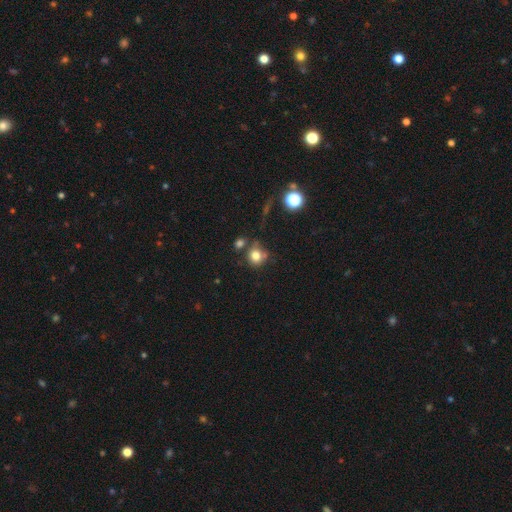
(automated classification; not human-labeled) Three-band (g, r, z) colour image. It shows a smooth galaxy with no disk features (78%) that is round (80%). Merging: none (57%).